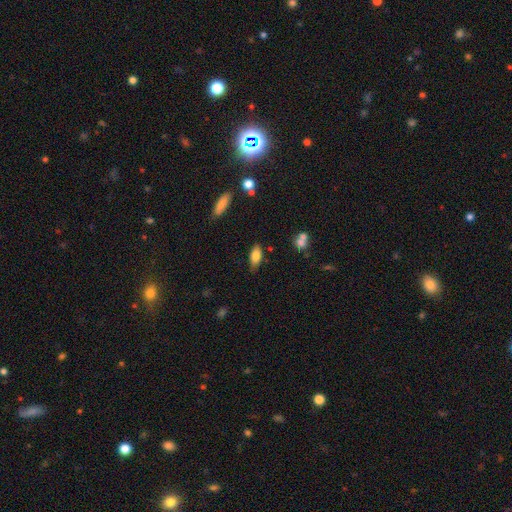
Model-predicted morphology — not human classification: The model was most divided on "smooth or featured": smooth: 78%, featured or disk: 14%, star or artifact: 8%. More confident: how rounded — in between (84%); merging — none (79%).